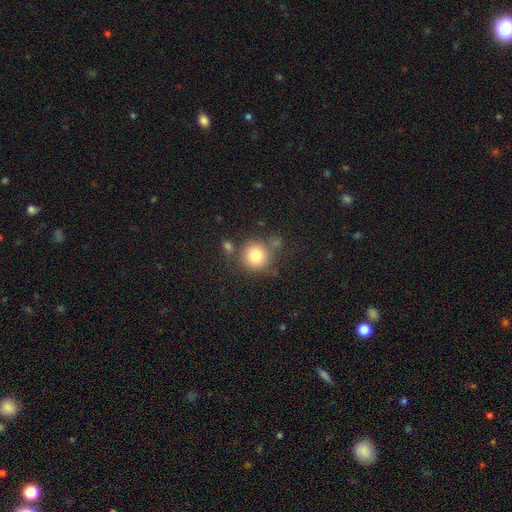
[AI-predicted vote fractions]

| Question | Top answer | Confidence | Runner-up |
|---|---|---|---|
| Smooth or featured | smooth | 81% | star or artifact (10%) |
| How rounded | round | 92% | in between (7%) |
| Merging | none | 69% | merger (13%) |